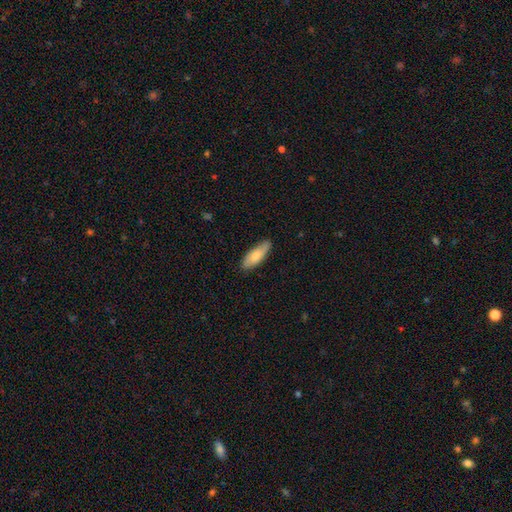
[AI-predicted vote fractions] Overall: smooth (75%). How rounded: in between (61%; cigar-shaped 37%). Merging: none (82%).